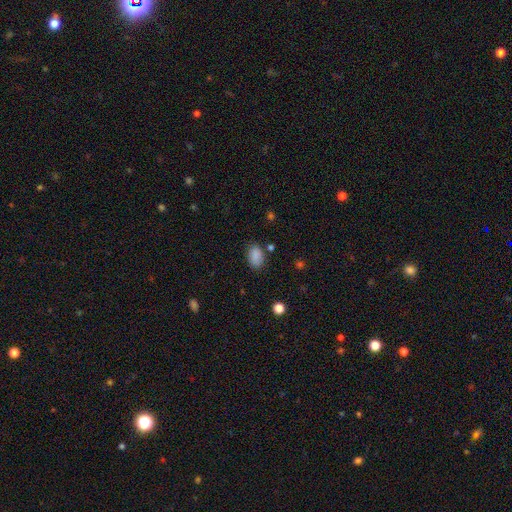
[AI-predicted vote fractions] Smooth or featured? smooth (87%)
How rounded? in between (87%)
Merging? none (79%)